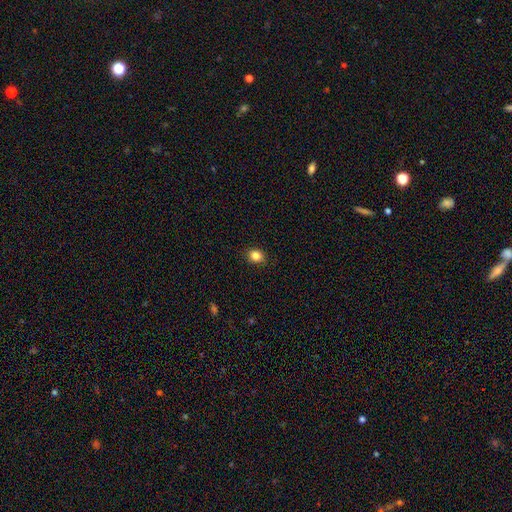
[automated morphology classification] A smooth galaxy with no disk features (85%) that is round (60%).

Vote fractions:
- Smooth or featured? smooth: 85% / star or artifact: 11% / featured or disk: 5%
- How rounded? round: 60% / in between: 39% / cigar-shaped: 1%
- Merging? none: 90% / minor disturbance: 7% / major disturbance: 2% / merger: 1%